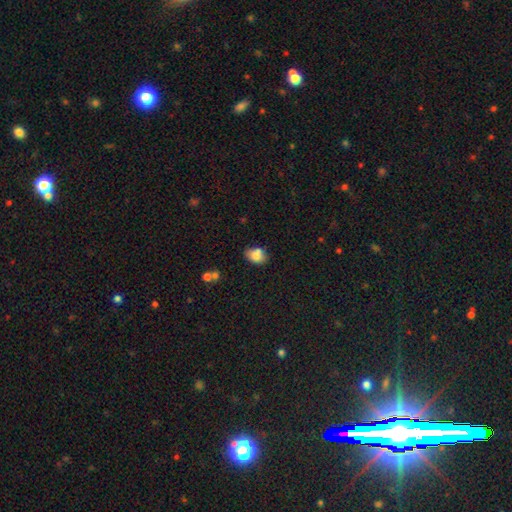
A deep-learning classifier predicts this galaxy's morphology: Smooth or featured: smooth — 79% (featured or disk — 12%)
How rounded: in between — 74% (round — 24%)
Merging: none — 56% (minor disturbance — 21%)